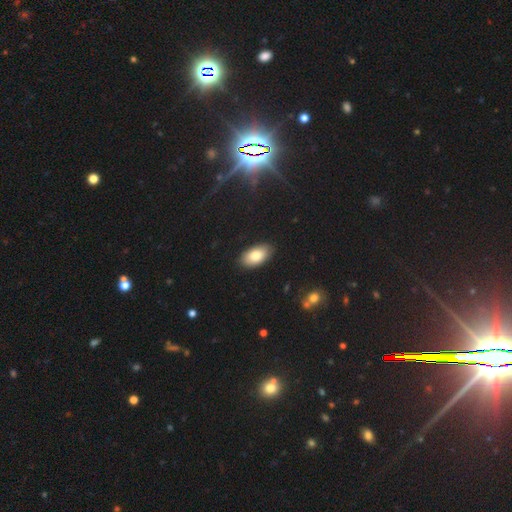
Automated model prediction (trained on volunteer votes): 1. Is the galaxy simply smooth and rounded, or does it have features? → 82% smooth, 11% featured or disk, 7% star or artifact.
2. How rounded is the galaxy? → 95% in between, 3% round, 2% cigar-shaped.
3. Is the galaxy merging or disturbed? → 88% none, 9% minor disturbance, 2% major disturbance, 1% merger.